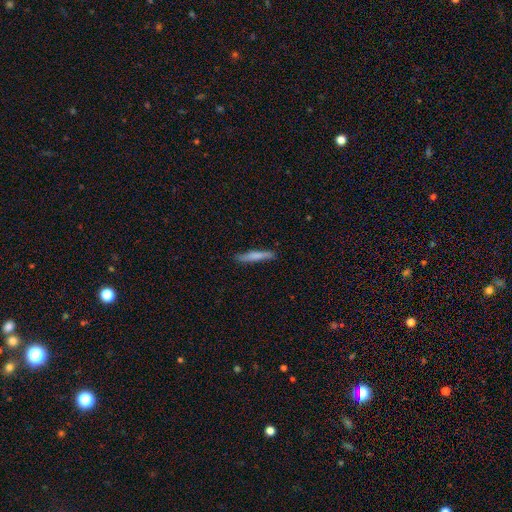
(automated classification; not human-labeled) This is likely a smooth galaxy (71%). How rounded: clearly cigar-shaped (93%). Merging: clearly none (82%).